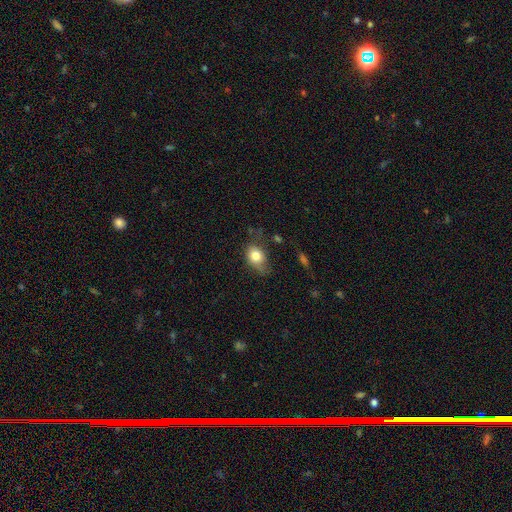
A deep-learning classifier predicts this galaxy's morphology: Smooth or featured?
  - smooth: 79% *
  - featured or disk: 12%
  - star or artifact: 9%
How rounded?
  - in between: 62% *
  - round: 37%
  - cigar-shaped: 2%
Merging?
  - none: 51% *
  - minor disturbance: 33%
  - major disturbance: 13%
  - merger: 3%